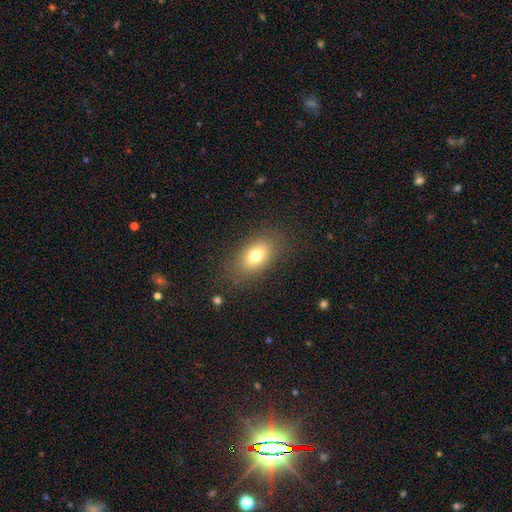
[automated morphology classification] Smooth or featured? Predicted: smooth (p=0.75). How rounded? Predicted: in between (p=0.84). Merging? Predicted: none (p=0.82).